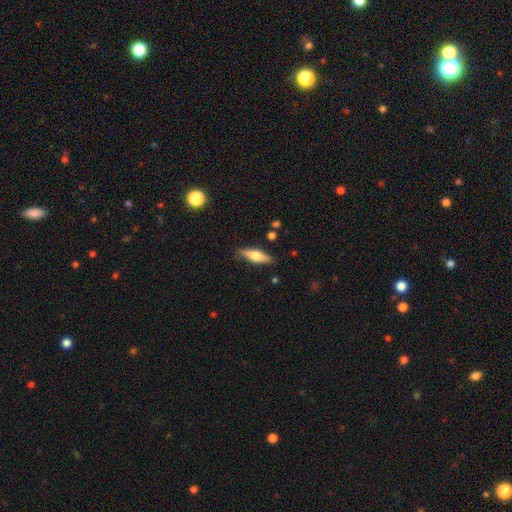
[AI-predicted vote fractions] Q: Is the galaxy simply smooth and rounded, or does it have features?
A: featured or disk — 55%.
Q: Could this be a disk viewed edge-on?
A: yes — 94%.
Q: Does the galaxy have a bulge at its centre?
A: rounded — 92%.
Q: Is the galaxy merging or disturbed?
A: none — 85%.